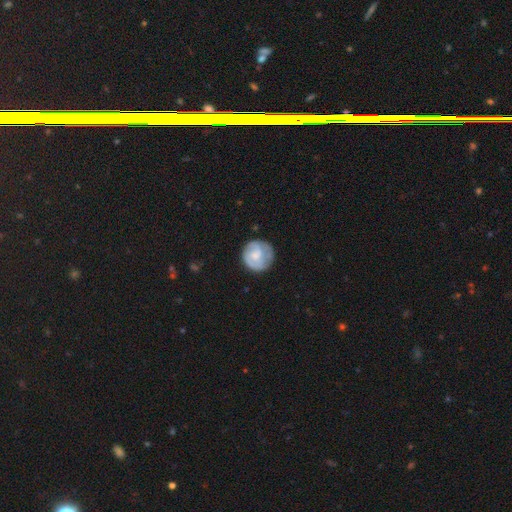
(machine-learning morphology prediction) Smooth or featured: featured or disk — 47% (tied with smooth — 47%)
Merging: none — 75% (minor disturbance — 17%)